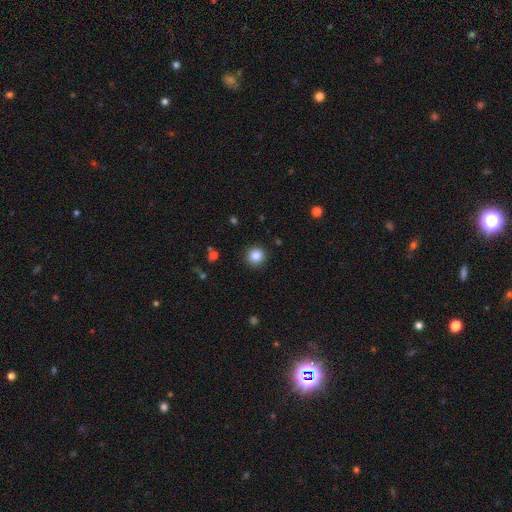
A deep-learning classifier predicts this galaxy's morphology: This appears to be a smooth galaxy with no disk features (85%) that is round (94%). Merging: none (91%).